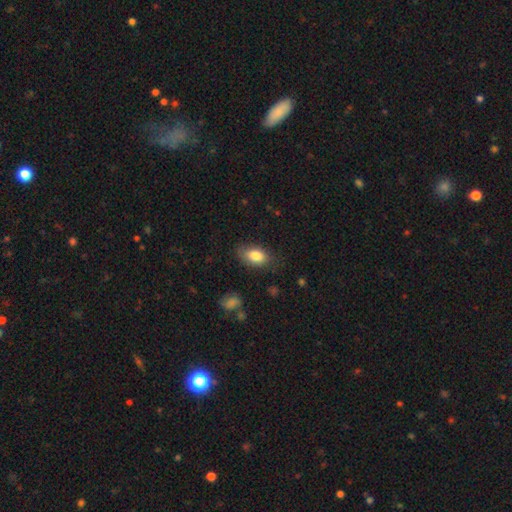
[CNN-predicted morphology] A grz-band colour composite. It shows a smooth galaxy with no disk features (83%) that is in between round and cigar-shaped (89%). Merging: none (75%).